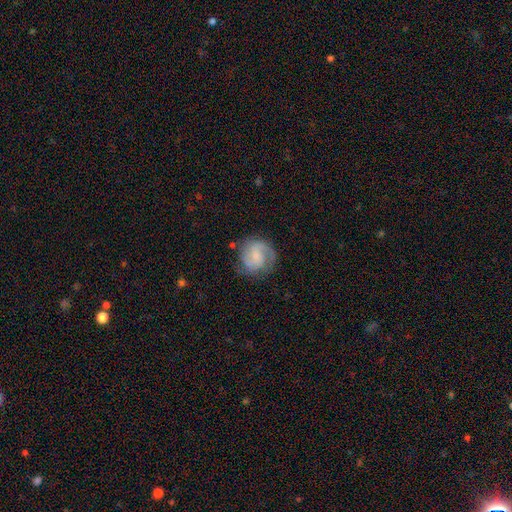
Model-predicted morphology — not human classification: The model was most divided on "bar": weak: 47%, no: 43%, strong: 10%. Remaining: edge-on disk — no (98%); spiral arms — yes (95%); spiral arm count — 2 (74%); smooth or featured — featured or disk (74%); merging — none (73%); bulge size — small (50%); spiral winding — medium (47%).